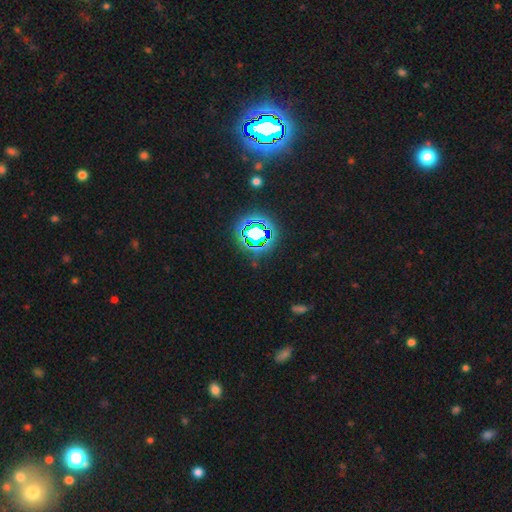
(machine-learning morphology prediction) type=star or artifact (79%).